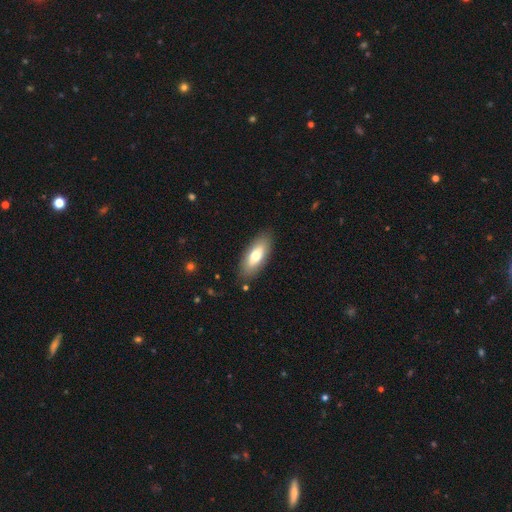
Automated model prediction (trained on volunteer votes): Smooth or featured? Predicted: smooth (p=0.68). How rounded? Predicted: in between (p=0.78). Merging? Predicted: none (p=0.86).